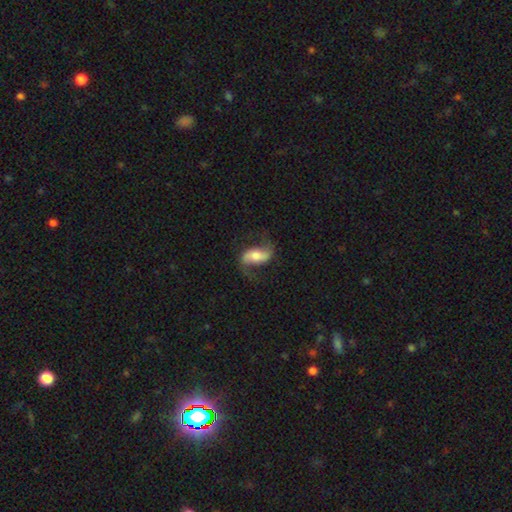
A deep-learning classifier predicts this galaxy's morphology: This appears to be a featured or disk galaxy (68%) with a strong bar (34%), 2 (91%) loose (68%) spiral arms (91%) and a moderate central bulge (56%). Merging: none (69%).